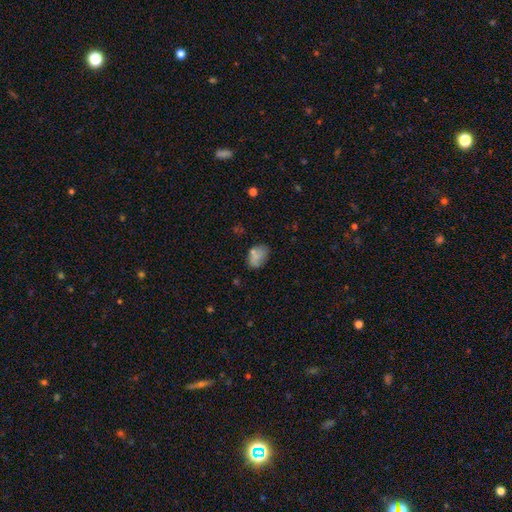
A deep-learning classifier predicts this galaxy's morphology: A smooth galaxy with no disk features (72%) that is in between round and cigar-shaped (83%). Merging: none (57%).